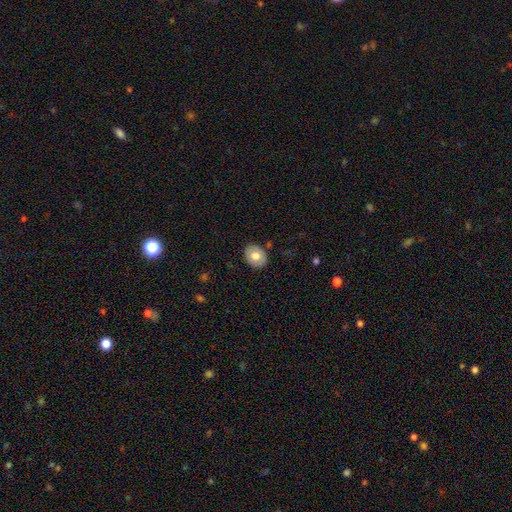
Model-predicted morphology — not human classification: smooth-or-featured: smooth: 74% | featured or disk: 18% | star or artifact: 7%
  how-rounded: in between: 59% | round: 40% | cigar-shaped: 1%
  merging: none: 87% | minor disturbance: 9% | major disturbance: 2% | merger: 2%